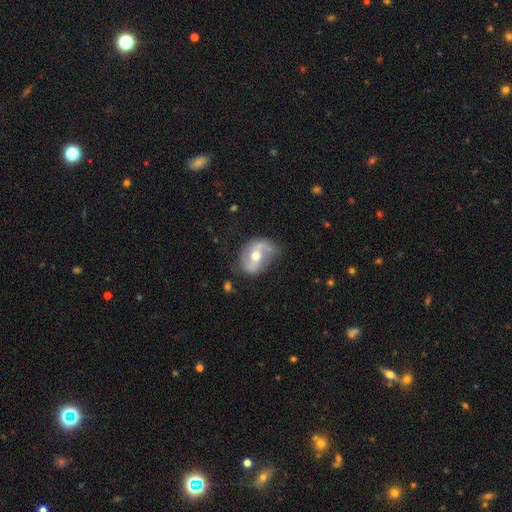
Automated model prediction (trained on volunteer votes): smooth-or-featured: featured or disk: 81% | smooth: 13% | star or artifact: 6%
  disk-edge-on: no: 97% | yes: 3%
    bar: no: 38% | weak: 37% | strong: 25%
    has-spiral-arms: yes: 92% | no: 8%
      spiral-winding: loose: 60% | medium: 31% | tight: 10%
      spiral-arm-count: 2: 84% | 1: 10% | can't tell: 4% | 3: 1% | 4: 1% | more than 4: 1%
    bulge-size: moderate: 72% | small: 22% | large: 4% | none: 1% | dominant: 1%
  merging: none: 67% | minor disturbance: 21% | major disturbance: 9% | merger: 2%